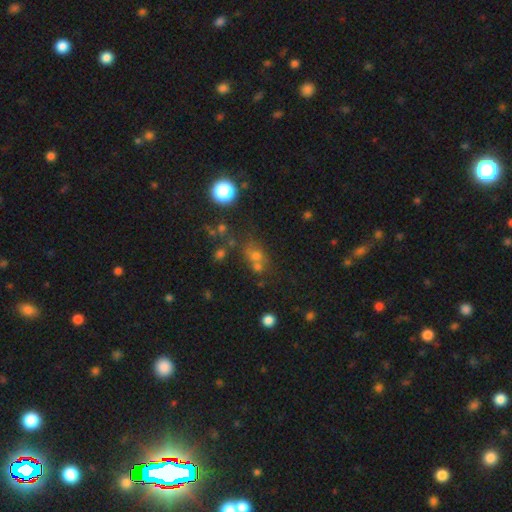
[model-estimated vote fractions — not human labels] The model was most divided on "smooth or featured" (2-way tie): star or artifact: 44%, smooth: 44%, featured or disk: 12%.